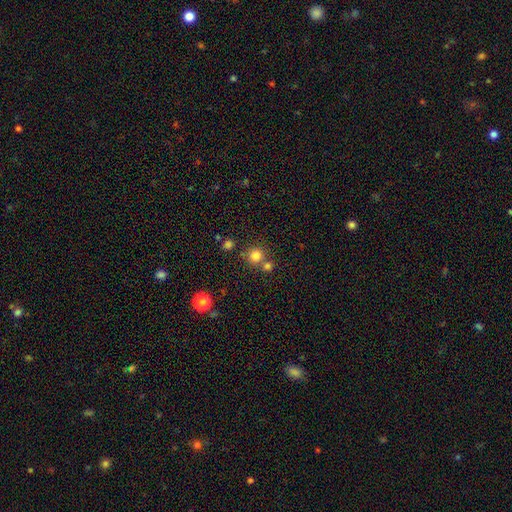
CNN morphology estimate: Smooth or featured?
  - smooth: 79% *
  - star or artifact: 14%
  - featured or disk: 7%
How rounded?
  - round: 92% *
  - in between: 7%
  - cigar-shaped: 1%
Merging?
  - none: 67% *
  - merger: 22%
  - minor disturbance: 8%
  - major disturbance: 3%